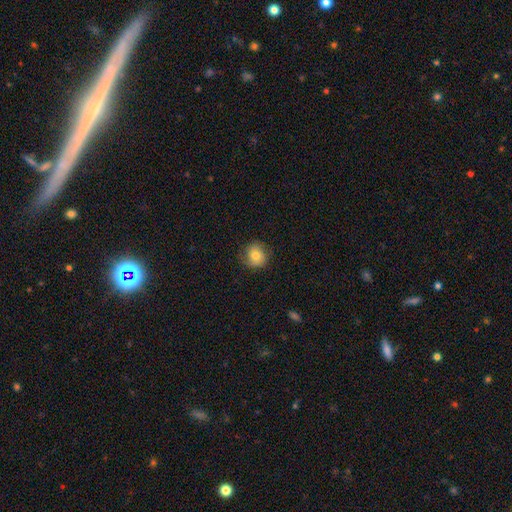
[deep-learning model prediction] Smooth or featured? Predicted: smooth (p=0.73). How rounded? Predicted: round (p=0.84). Merging? Predicted: none (p=0.77).